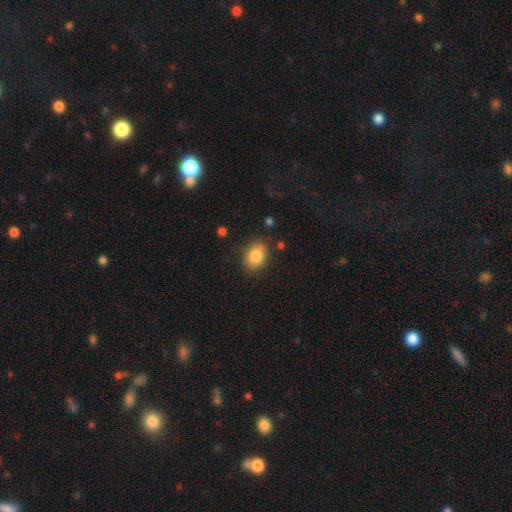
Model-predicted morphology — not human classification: Smooth or featured? Predicted: smooth (p=0.85). How rounded? Predicted: in between (p=0.70). Merging? Predicted: none (p=0.82).